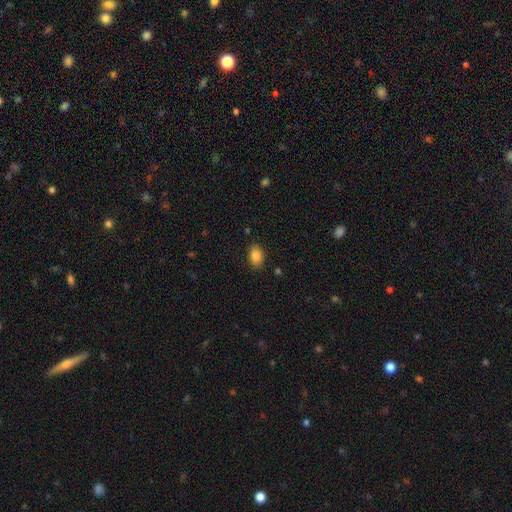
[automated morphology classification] smooth_or_featured: smooth (p=0.86) [alt: star or artifact p=0.08]
how_rounded: in between (p=0.86) [alt: round p=0.13]
merging: none (p=0.86) [alt: minor disturbance p=0.10]